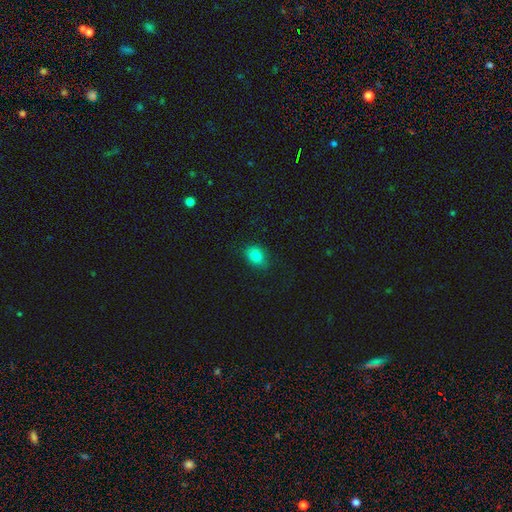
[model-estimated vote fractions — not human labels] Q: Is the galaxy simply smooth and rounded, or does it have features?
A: smooth — 81%.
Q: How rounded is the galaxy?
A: in between — 68%.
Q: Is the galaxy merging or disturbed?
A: none — 85%.